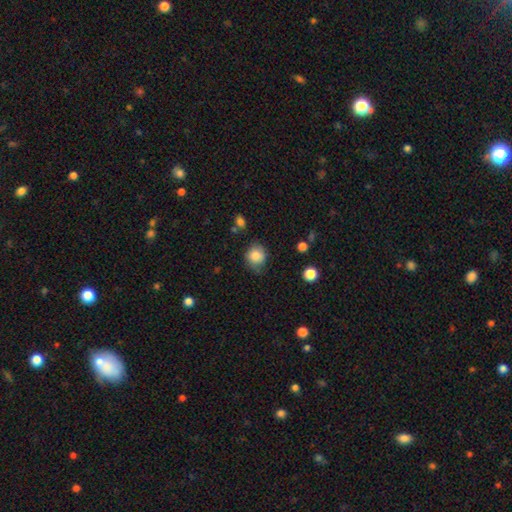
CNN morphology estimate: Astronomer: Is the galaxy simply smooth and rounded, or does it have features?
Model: smooth — 83%.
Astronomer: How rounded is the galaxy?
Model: round — 79%.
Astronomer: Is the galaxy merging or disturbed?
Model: none — 69%.